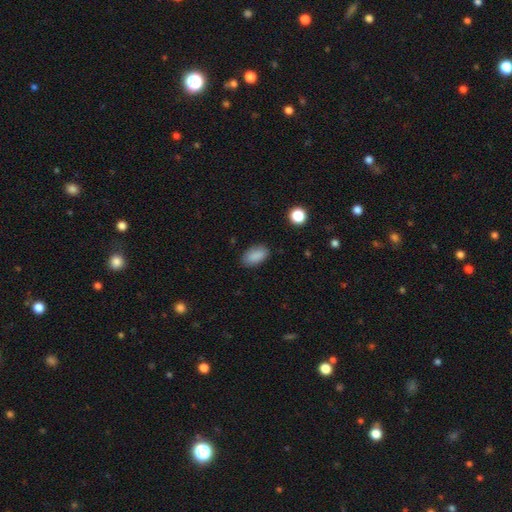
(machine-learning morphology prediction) type=smooth (88%); roundness=in between (92%); merging=none (84%).